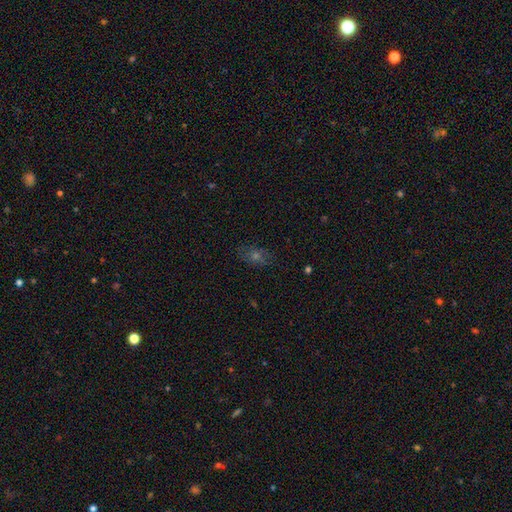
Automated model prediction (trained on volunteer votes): Smooth or featured: smooth — 42% (star or artifact — 33%)
Merging: none — 81% (minor disturbance — 13%)